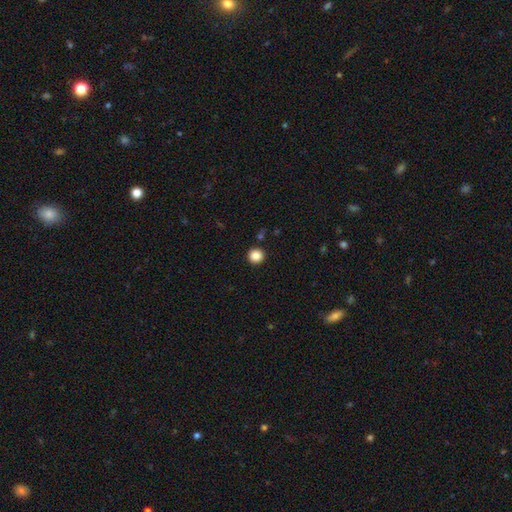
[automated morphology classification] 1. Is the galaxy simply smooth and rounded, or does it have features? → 86% smooth, 10% star or artifact, 4% featured or disk.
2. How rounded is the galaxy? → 95% round, 4% in between, 1% cigar-shaped.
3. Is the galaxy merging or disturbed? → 93% none, 4% minor disturbance, 2% major disturbance, 2% merger.